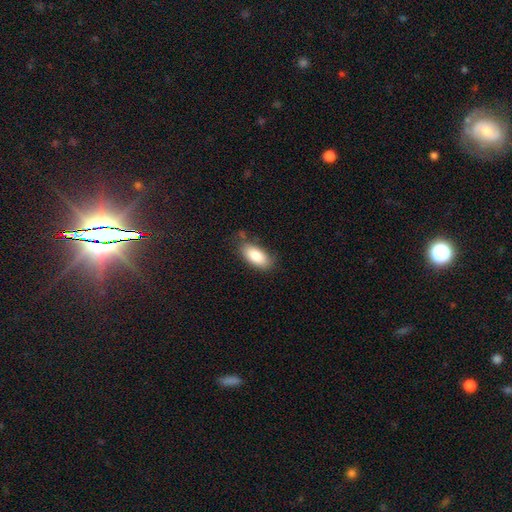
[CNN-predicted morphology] Overall: smooth (84%). How rounded: in between (90%). Merging: none (75%).